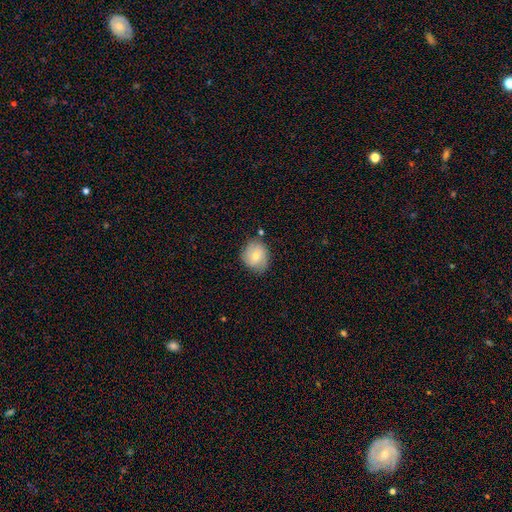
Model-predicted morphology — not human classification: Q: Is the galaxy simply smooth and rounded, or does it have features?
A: smooth — 64%.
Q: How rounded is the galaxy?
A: round — 70%.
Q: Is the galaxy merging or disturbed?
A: none — 74%.